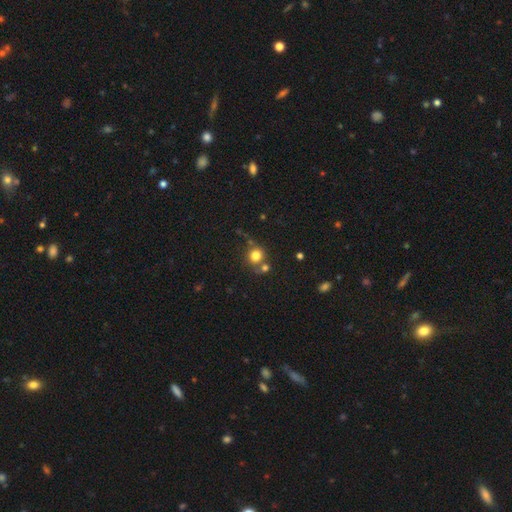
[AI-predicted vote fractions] Morphology: type=smooth (78%); roundness=round (88%); merging=none (62%).